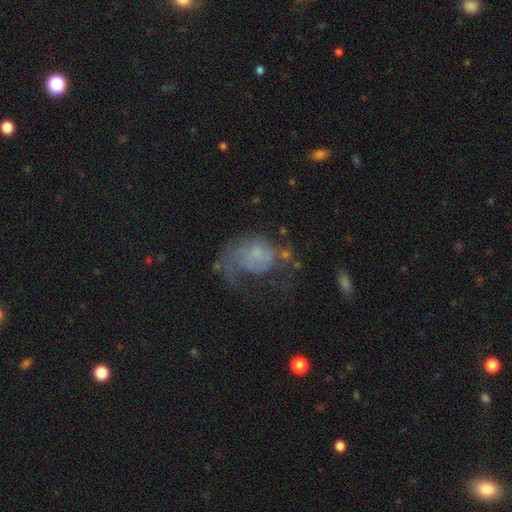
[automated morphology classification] A featured or disk galaxy (58%) with no bar (81%), spiral arms (64%) and a small central bulge (41%).

Vote fractions:
- Smooth or featured? featured or disk: 58% / smooth: 30% / star or artifact: 12%
- Edge-on disk? no: 98% / yes: 2%
- Bar? no: 81% / weak: 16% / strong: 2%
- Spiral arms? yes: 64% / no: 36%
- Bulge size? small: 41% / none: 38% / moderate: 16% / large: 4% / dominant: 2%
- Merging? major disturbance: 50% / none: 27% / minor disturbance: 18% / merger: 5%